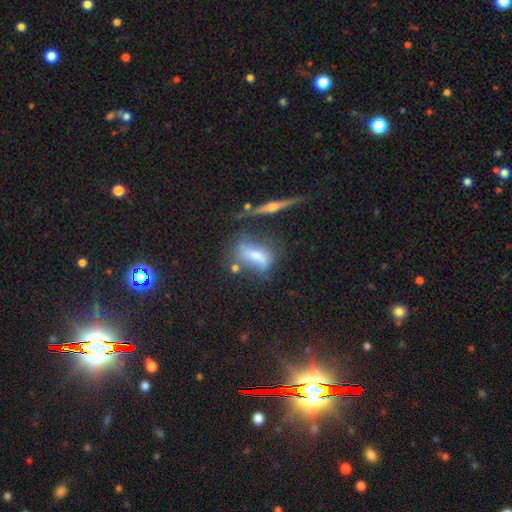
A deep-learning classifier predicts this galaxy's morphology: Smooth or featured? Predicted: smooth (p=0.49). Merging? Predicted: none (p=0.38).